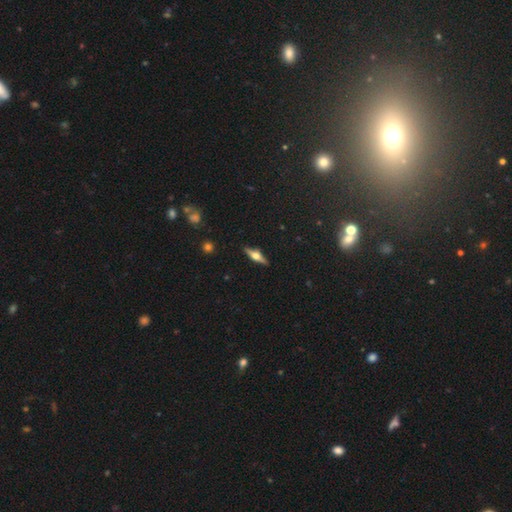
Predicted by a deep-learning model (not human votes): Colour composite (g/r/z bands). It shows a featured or disk galaxy (68%) viewed edge-on (96%) with a rounded central bulge (94%). Merging: none (89%).